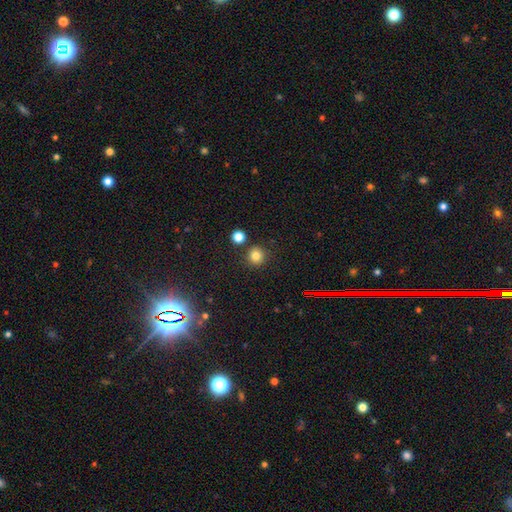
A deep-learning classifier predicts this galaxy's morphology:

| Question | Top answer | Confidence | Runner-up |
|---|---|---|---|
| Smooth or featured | smooth | 80% | star or artifact (14%) |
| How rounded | round | 92% | in between (7%) |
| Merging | none | 84% | minor disturbance (7%) |